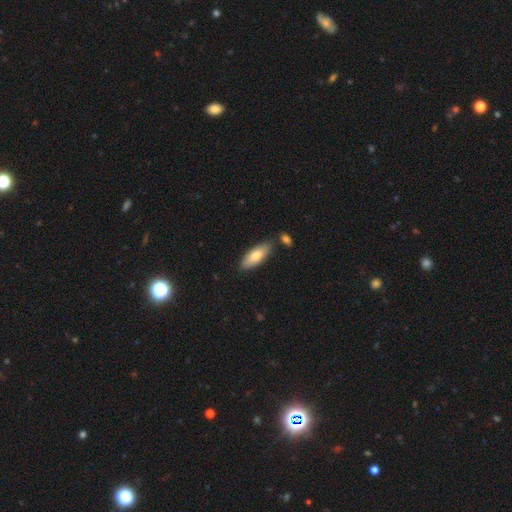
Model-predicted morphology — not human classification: A smooth galaxy with no disk features (74%) that is in between round and cigar-shaped (73%). Merging: none (79%).